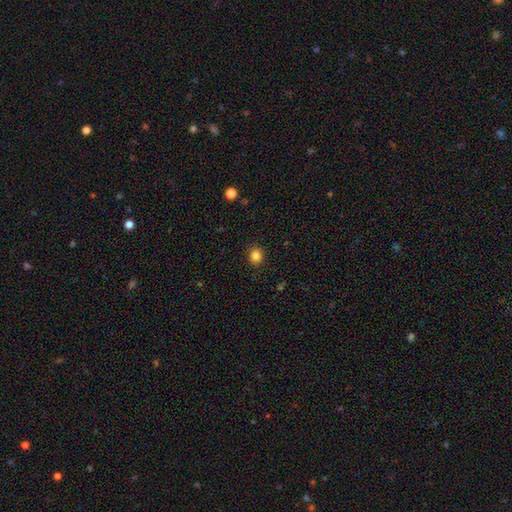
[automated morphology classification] smooth_or_featured: smooth (p=0.85) [alt: star or artifact p=0.11]
how_rounded: round (p=0.76) [alt: in between p=0.23]
merging: none (p=0.90) [alt: minor disturbance p=0.07]